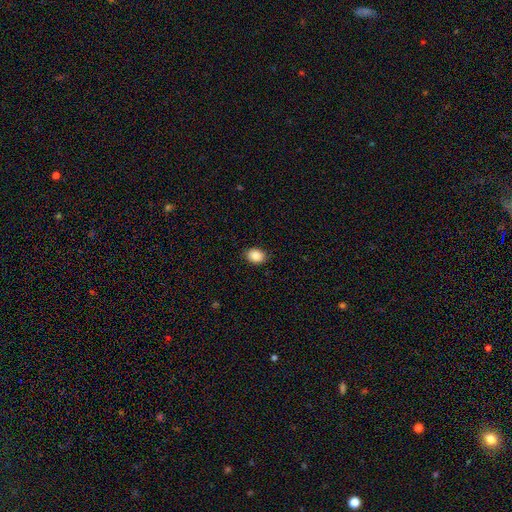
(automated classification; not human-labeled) This appears to be a smooth galaxy with no disk features (87%) that is in between round and cigar-shaped (60%). Merging: none (86%).